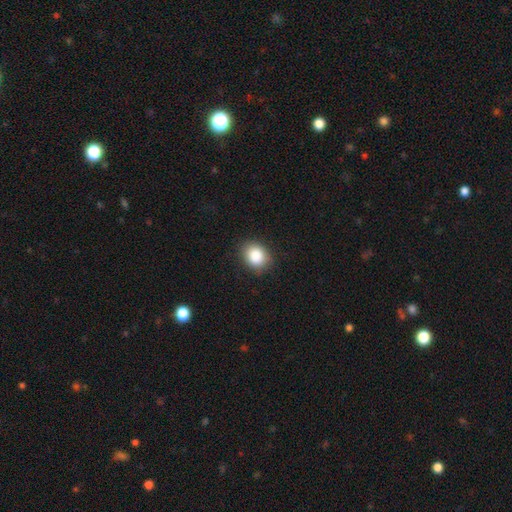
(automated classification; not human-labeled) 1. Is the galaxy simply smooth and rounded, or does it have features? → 87% smooth, 8% star or artifact, 4% featured or disk.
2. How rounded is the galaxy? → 54% round, 45% in between, 1% cigar-shaped.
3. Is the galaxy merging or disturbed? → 86% none, 11% minor disturbance, 3% major disturbance, 1% merger.